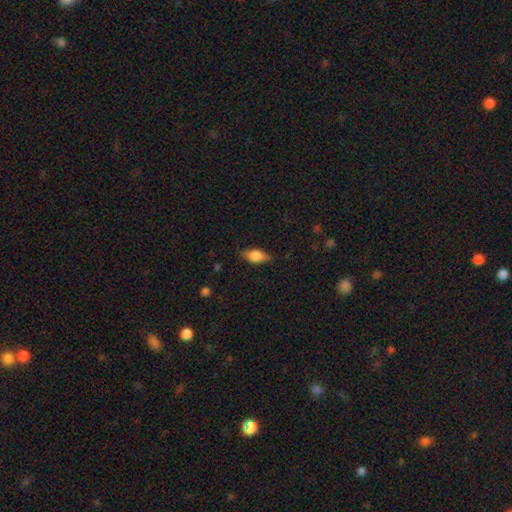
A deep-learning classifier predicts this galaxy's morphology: Smooth or featured? smooth (73%)
How rounded? in between (84%)
Merging? none (79%)